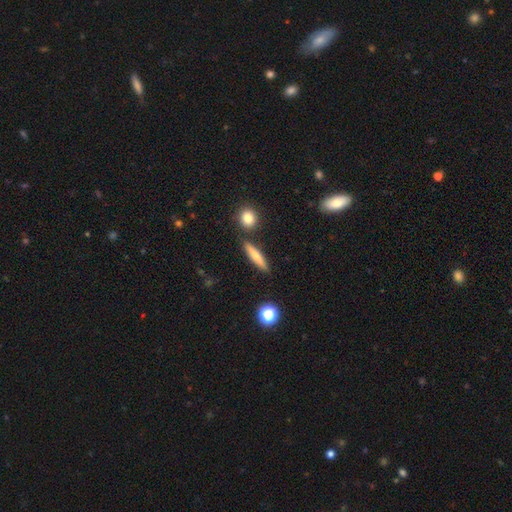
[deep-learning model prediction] Q: Smooth or featured?
A: smooth (65%); runner-up: featured or disk (27%)
Q: How rounded?
A: cigar-shaped (82%); runner-up: in between (14%)
Q: Merging?
A: none (84%); runner-up: minor disturbance (9%)